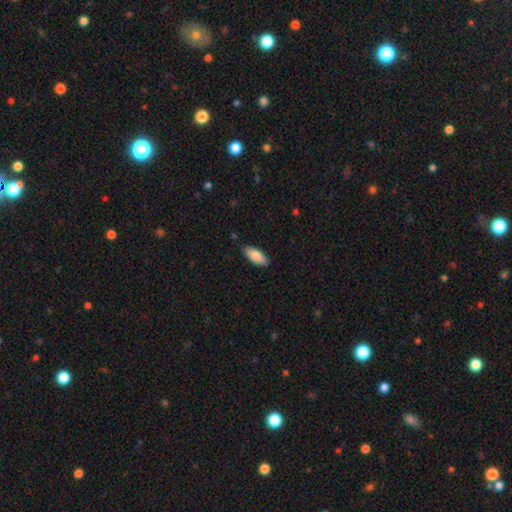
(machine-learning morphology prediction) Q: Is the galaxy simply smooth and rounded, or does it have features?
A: smooth — 82%.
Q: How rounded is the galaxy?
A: in between — 84%.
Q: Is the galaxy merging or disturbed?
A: none — 86%.